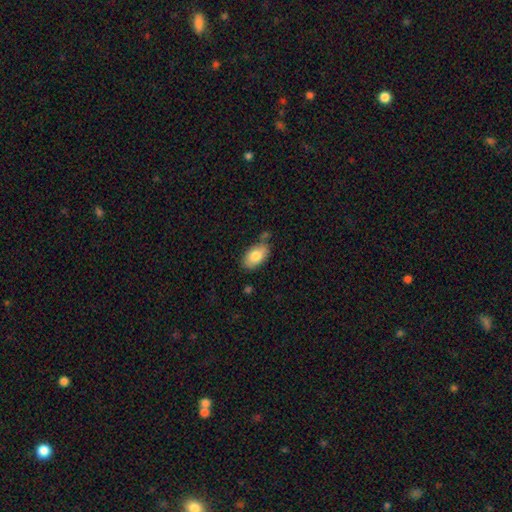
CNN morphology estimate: A smooth galaxy with no disk features (81%) that is in between round and cigar-shaped (93%).

Vote fractions:
- Smooth or featured? smooth: 81% / featured or disk: 13% / star or artifact: 7%
- How rounded? in between: 93% / round: 5% / cigar-shaped: 2%
- Merging? none: 71% / minor disturbance: 18% / merger: 7% / major disturbance: 4%